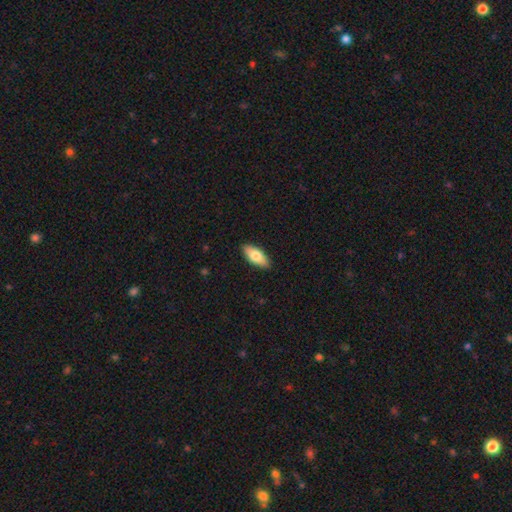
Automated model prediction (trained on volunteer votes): Smooth or featured? Predicted: smooth (p=0.73). How rounded? Predicted: in between (p=0.82). Merging? Predicted: none (p=0.90).